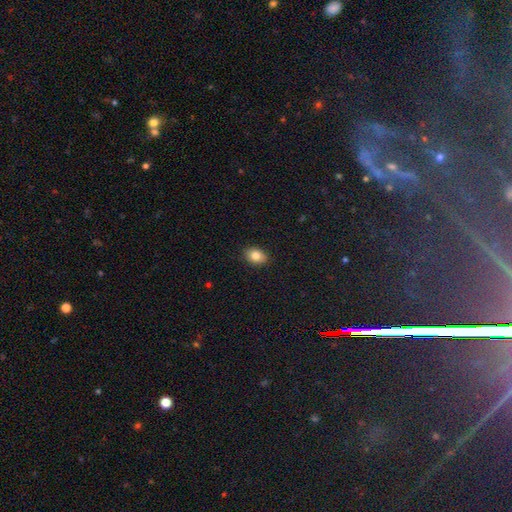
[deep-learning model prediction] The model was most divided on "how rounded": in between: 76%, round: 23%, cigar-shaped: 1%. More confident: merging — none (89%); smooth or featured — smooth (83%).